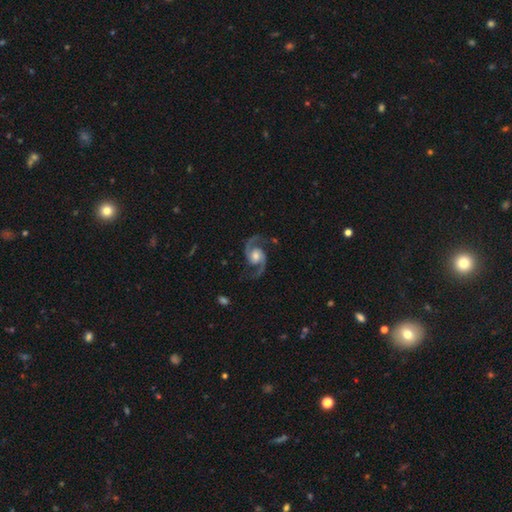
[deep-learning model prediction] smooth_or_featured: featured or disk (p=0.93) [alt: star or artifact p=0.04]
disk_edge_on: no (p=0.98) [alt: yes p=0.02]
bar: no (p=0.58) [alt: weak p=0.33]
has_spiral_arms: yes (p=0.98) [alt: no p=0.02]
spiral_winding: medium (p=0.59) [alt: loose p=0.29]
spiral_arm_count: 2 (p=0.95) [alt: can't tell p=0.01]
bulge_size: moderate (p=0.63) [alt: small p=0.21]
merging: none (p=0.82) [alt: minor disturbance p=0.12]